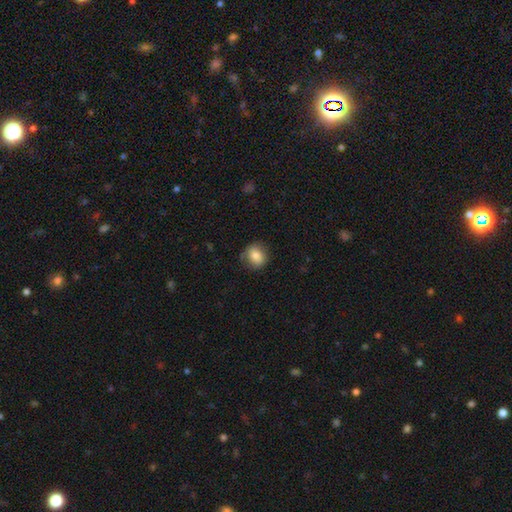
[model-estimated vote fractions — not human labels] A smooth galaxy with no disk features (78%) that is round (69%). Merging: none (75%).